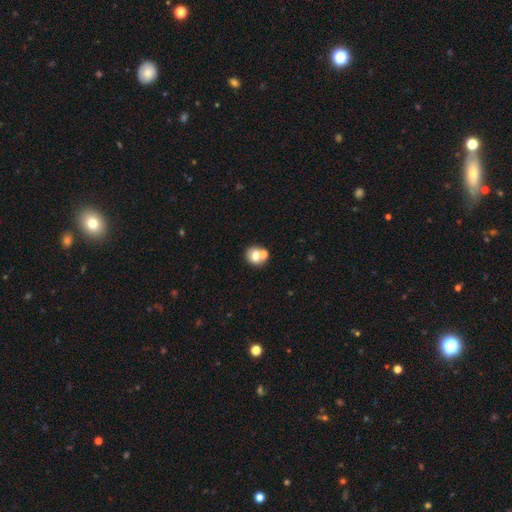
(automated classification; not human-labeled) This is likely a smooth galaxy (72%). How rounded: likely round (75%). Merging: possibly none (57%).